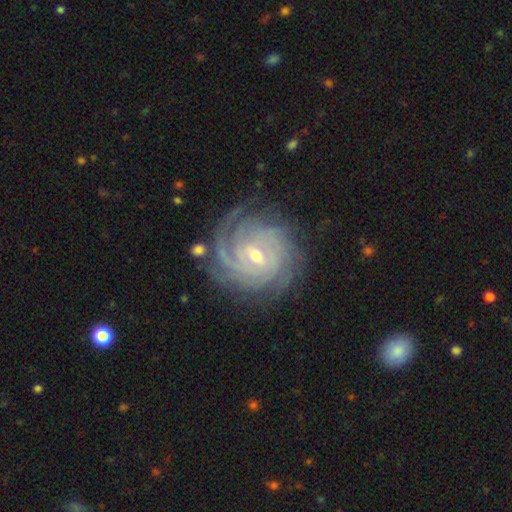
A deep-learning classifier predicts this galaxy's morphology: A featured or disk galaxy (90%) with a weak bar (53%), 4 (28%) tight (82%) spiral arms (98%) and a small central bulge (57%).

Vote fractions:
- Smooth or featured? featured or disk: 90% / star or artifact: 5% / smooth: 5%
- Edge-on disk? no: 97% / yes: 3%
- Bar? weak: 53% / no: 27% / strong: 21%
- Spiral arms? yes: 98% / no: 2%
- Spiral winding? tight: 82% / medium: 16% / loose: 2%
- Spiral arm count? 4: 28% / 3: 22% / can't tell: 21% / 2: 12% / more than 4: 10% / 1: 7%
- Bulge size? small: 57% / moderate: 41% / large: 1% / none: 1% / dominant: 1%
- Merging? none: 77% / minor disturbance: 15% / major disturbance: 6% / merger: 2%